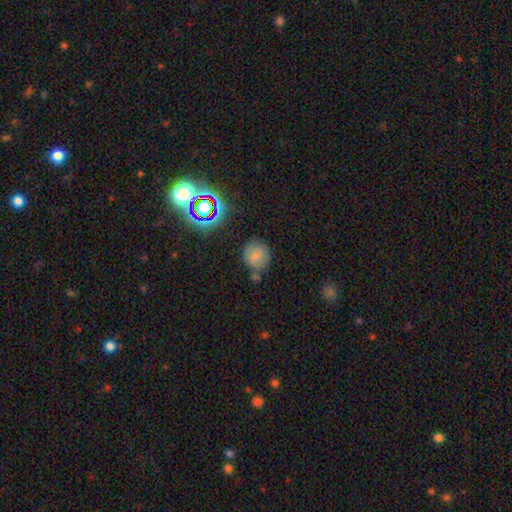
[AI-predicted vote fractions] A smooth galaxy with no disk features (67%) that is round (81%).

Vote fractions:
- Smooth or featured? smooth: 67% / featured or disk: 17% / star or artifact: 16%
- How rounded? round: 81% / in between: 18% / cigar-shaped: 1%
- Merging? none: 64% / minor disturbance: 19% / merger: 11% / major disturbance: 6%